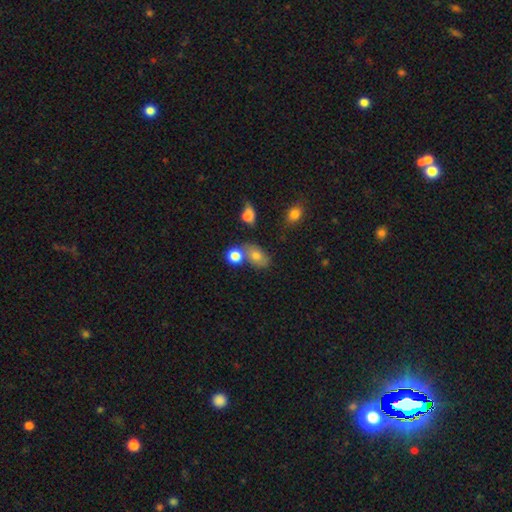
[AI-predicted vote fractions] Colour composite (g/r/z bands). It shows a smooth galaxy with no disk features (74%) that is in between round and cigar-shaped (76%). Merging: none (50%).